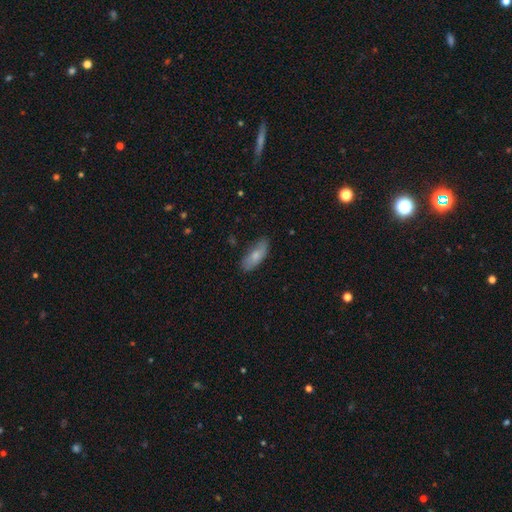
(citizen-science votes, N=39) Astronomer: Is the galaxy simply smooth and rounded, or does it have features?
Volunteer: smooth — 72%.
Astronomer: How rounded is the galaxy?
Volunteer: in between — 89%.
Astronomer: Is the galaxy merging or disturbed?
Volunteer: none — 59%.